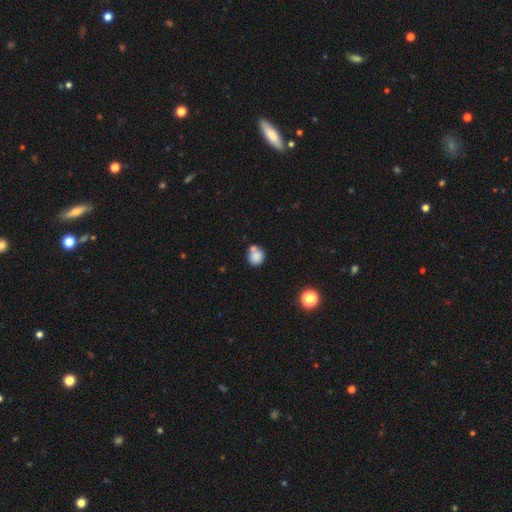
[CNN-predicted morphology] This is clearly a smooth galaxy (81%). How rounded: clearly round (83%). Merging: possibly none (53%).